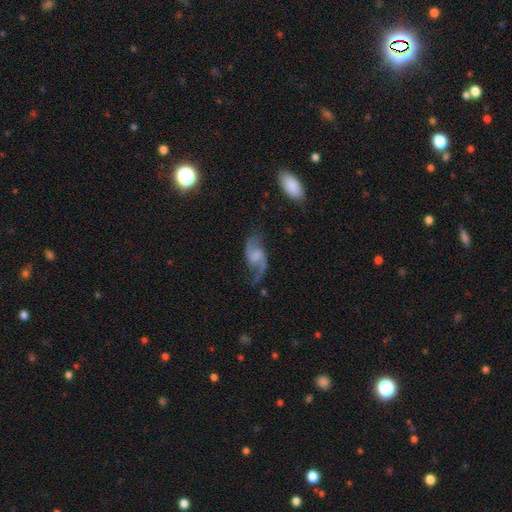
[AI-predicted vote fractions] A featured or disk galaxy (83%) with a weak bar (49%), 2 (90%) loose (72%) spiral arms (95%) and no central bulge (42%). Merging: none (65%).